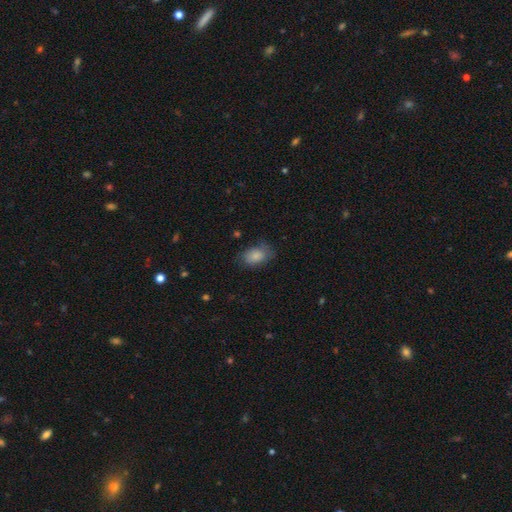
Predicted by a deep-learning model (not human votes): Morphology: type=smooth (85%); roundness=in between (86%); merging=none (69%).